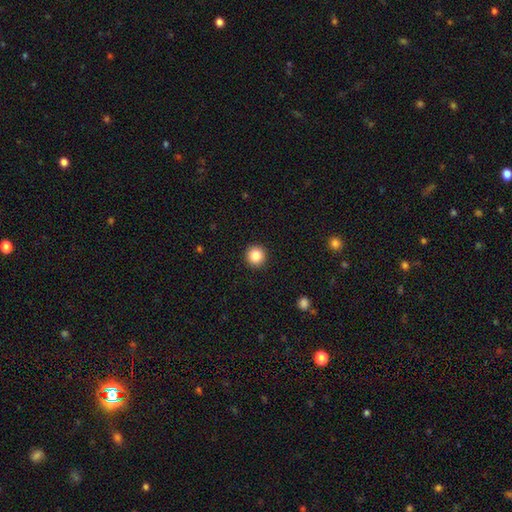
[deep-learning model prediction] Smooth or featured?
  - smooth: 85% *
  - star or artifact: 10%
  - featured or disk: 5%
How rounded?
  - round: 95% *
  - in between: 4%
  - cigar-shaped: 1%
Merging?
  - none: 93% *
  - minor disturbance: 4%
  - major disturbance: 2%
  - merger: 1%